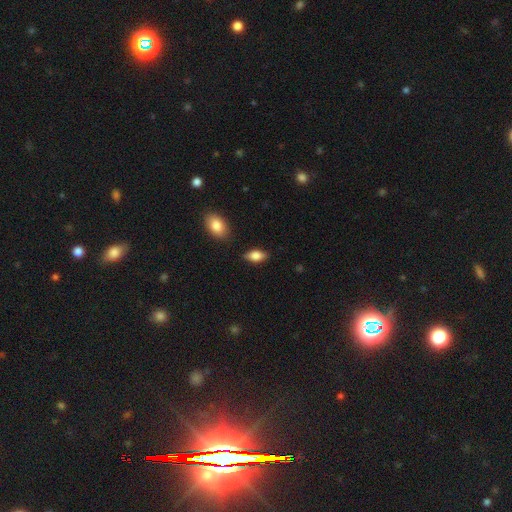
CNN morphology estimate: Smooth or featured: smooth — 75% (featured or disk — 17%)
How rounded: in between — 87% (cigar-shaped — 9%)
Merging: none — 85% (minor disturbance — 11%)